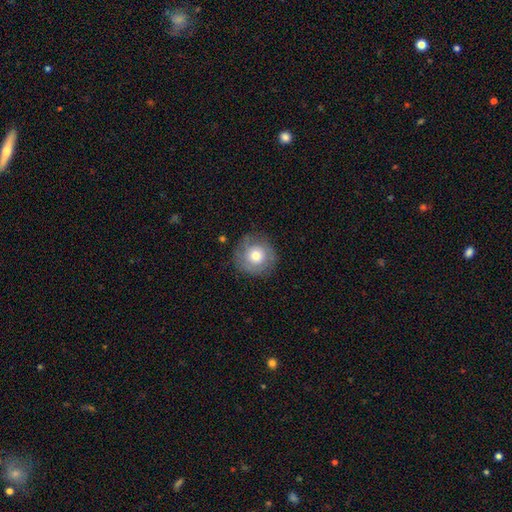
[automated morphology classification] This is likely a smooth galaxy (62%). How rounded: clearly round (94%). Merging: clearly none (80%).